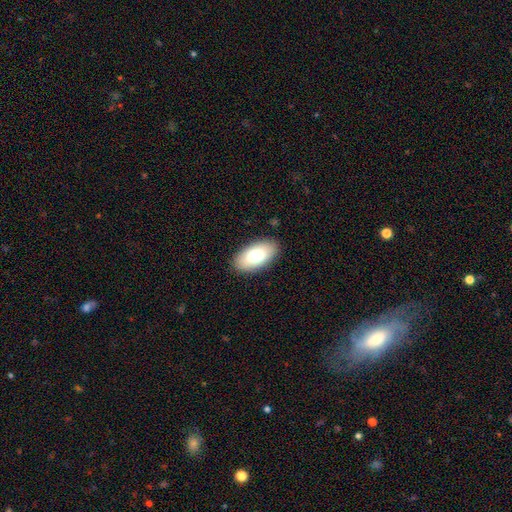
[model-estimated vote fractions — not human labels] Q: Smooth or featured?
A: smooth (77%); runner-up: featured or disk (16%)
Q: How rounded?
A: in between (95%); runner-up: round (3%)
Q: Merging?
A: none (88%); runner-up: minor disturbance (9%)